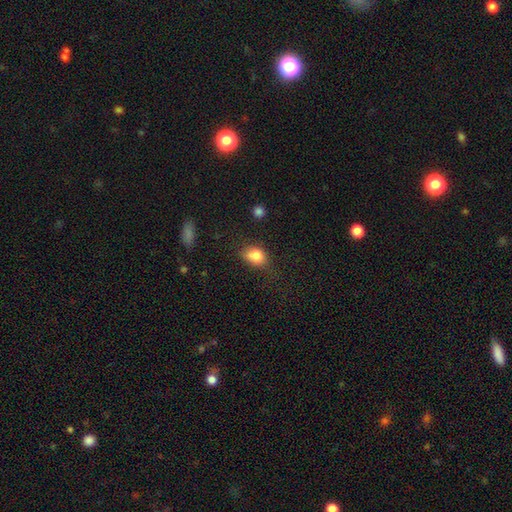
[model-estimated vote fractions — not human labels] Overall: smooth (83%). How rounded: in between (66%; round 32%). Merging: none (56%; minor disturbance 31%).